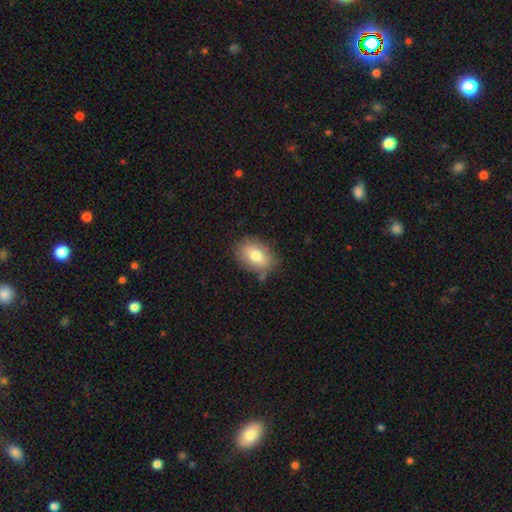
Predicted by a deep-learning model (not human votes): Q: Smooth or featured?
A: smooth (78%); runner-up: featured or disk (14%)
Q: How rounded?
A: in between (83%); runner-up: round (15%)
Q: Merging?
A: none (76%); runner-up: minor disturbance (17%)